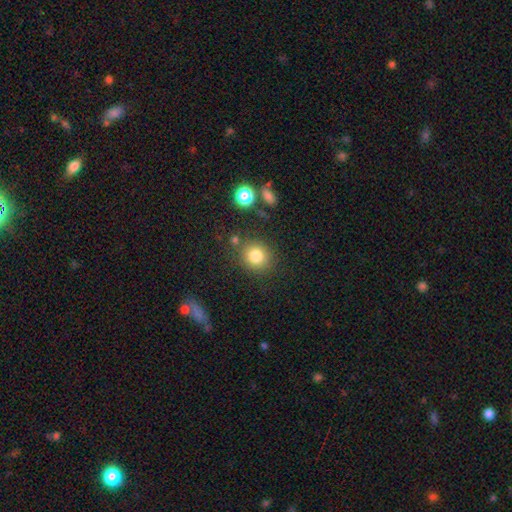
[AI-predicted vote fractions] A smooth galaxy with no disk features (82%) that is round (85%). Merging: none (80%).